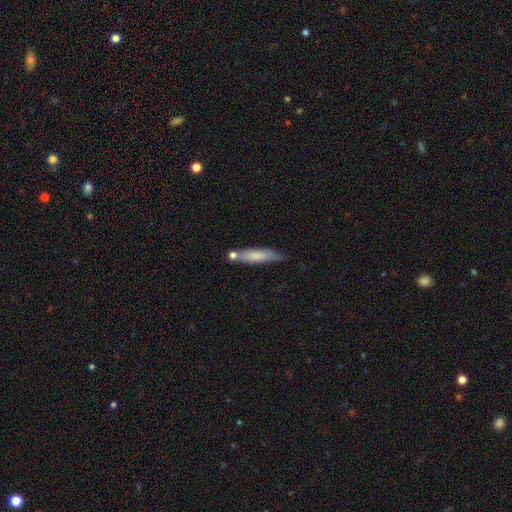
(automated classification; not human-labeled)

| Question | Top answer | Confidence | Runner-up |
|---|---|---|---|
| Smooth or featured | smooth | 72% | featured or disk (22%) |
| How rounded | cigar-shaped | 77% | in between (21%) |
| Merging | none | 58% | minor disturbance (22%) |